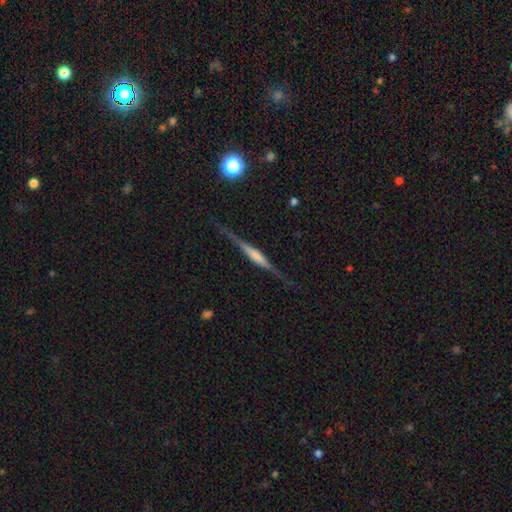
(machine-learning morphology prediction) Overall: featured or disk (76%). Edge-on disk: yes (98%). Edge-on bulge: rounded (42%; boxy 41%). Merging: none (82%).